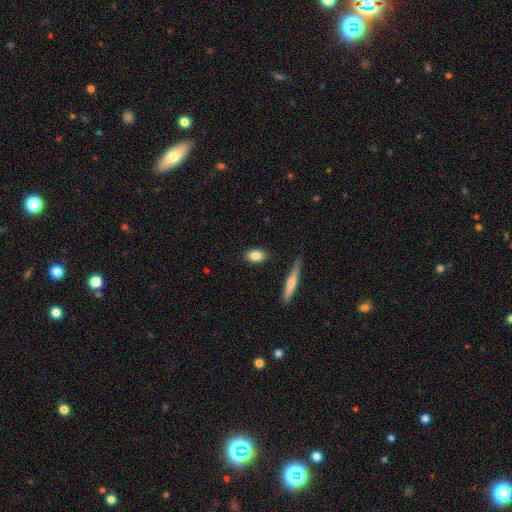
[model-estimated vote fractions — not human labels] A smooth galaxy with no disk features (82%) that is in between round and cigar-shaped (81%). Merging: none (86%).